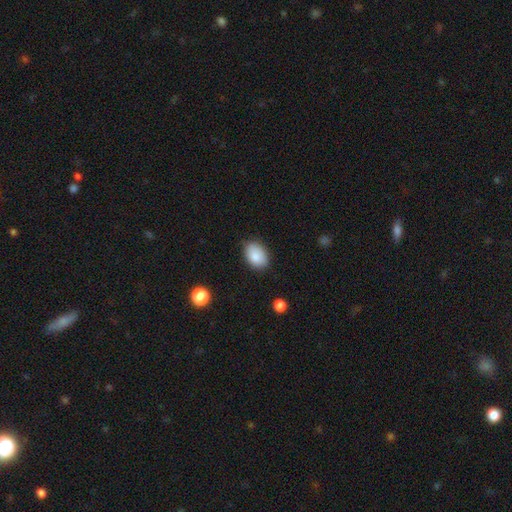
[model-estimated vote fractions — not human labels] Smooth or featured? smooth (87%)
How rounded? in between (84%)
Merging? none (81%)